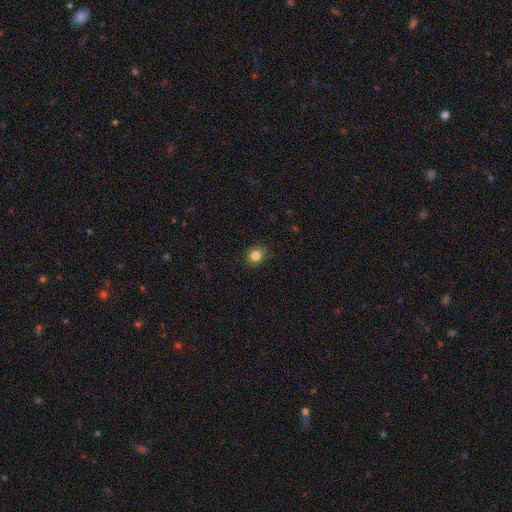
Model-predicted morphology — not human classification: Q: Smooth or featured?
A: smooth (83%); runner-up: star or artifact (11%)
Q: How rounded?
A: round (70%); runner-up: in between (29%)
Q: Merging?
A: none (87%); runner-up: minor disturbance (10%)